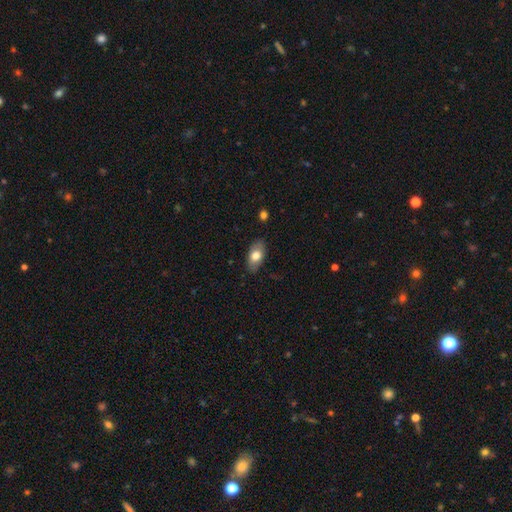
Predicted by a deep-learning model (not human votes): smooth-or-featured: smooth: 74% | featured or disk: 19% | star or artifact: 7%
  how-rounded: in between: 92% | round: 5% | cigar-shaped: 3%
  merging: none: 84% | minor disturbance: 12% | major disturbance: 3% | merger: 1%